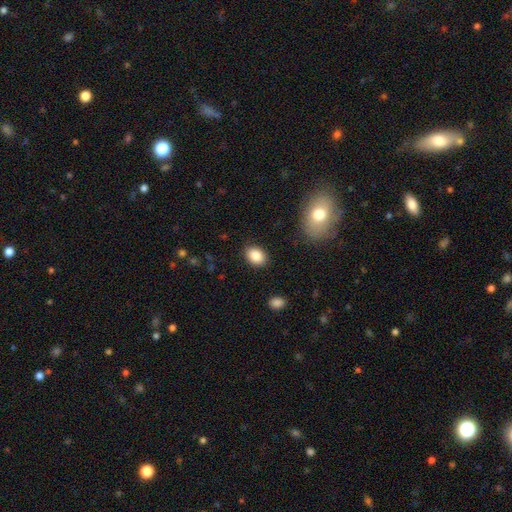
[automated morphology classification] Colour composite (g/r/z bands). It shows a smooth galaxy with no disk features (85%) that is in between round and cigar-shaped (69%). Merging: none (87%).